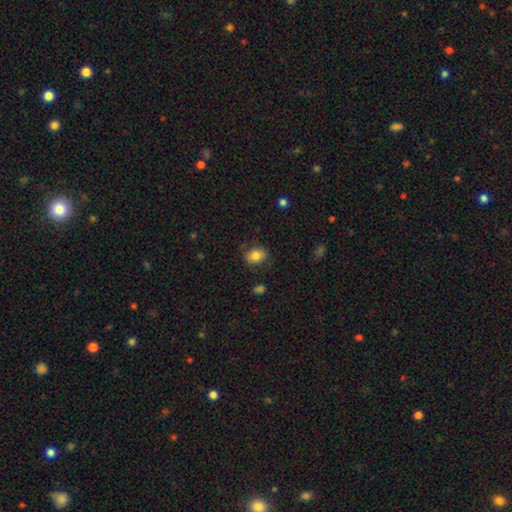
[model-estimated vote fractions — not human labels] Smooth or featured? Predicted: smooth (p=0.81). How rounded? Predicted: in between (p=0.65). Merging? Predicted: none (p=0.78).